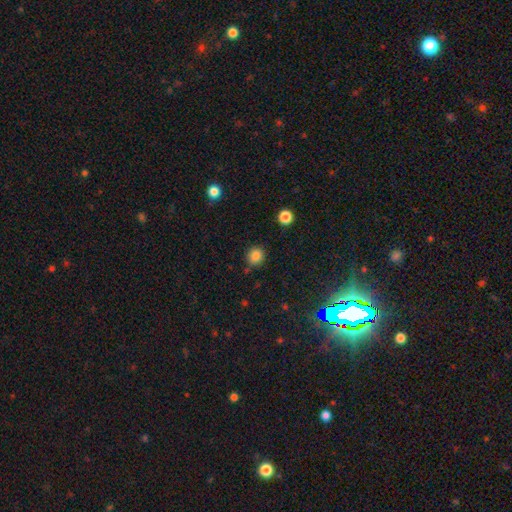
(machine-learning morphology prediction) Q: Smooth or featured?
A: smooth (83%); runner-up: star or artifact (12%)
Q: How rounded?
A: round (81%); runner-up: in between (18%)
Q: Merging?
A: none (83%); runner-up: minor disturbance (11%)